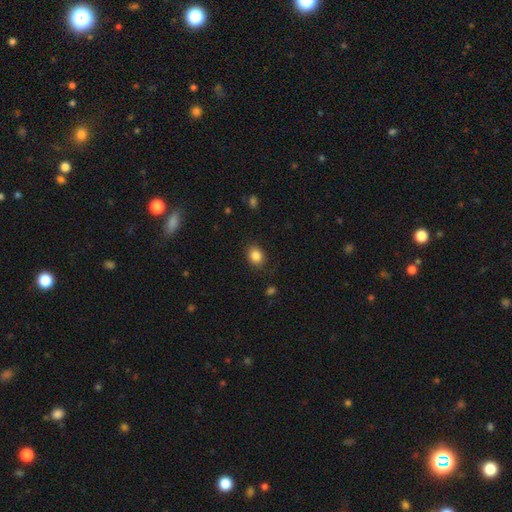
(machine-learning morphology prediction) This appears to be a smooth galaxy with no disk features (86%) that is round (51%). Merging: none (82%).